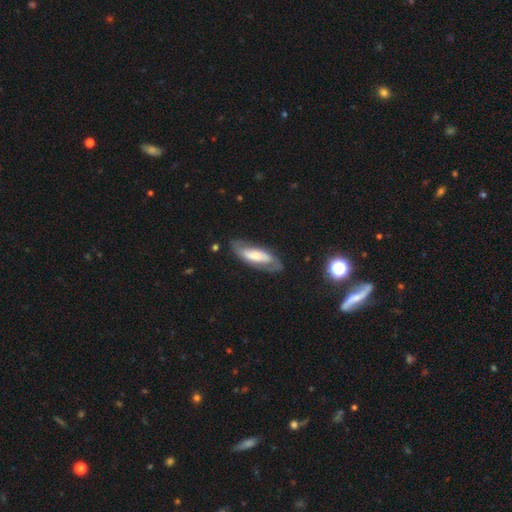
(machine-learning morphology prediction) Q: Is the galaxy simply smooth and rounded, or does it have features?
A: featured or disk — 63%.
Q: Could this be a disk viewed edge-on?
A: no — 84%.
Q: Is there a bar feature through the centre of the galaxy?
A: no — 41%.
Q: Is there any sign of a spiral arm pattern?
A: yes — 80%.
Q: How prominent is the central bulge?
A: moderate — 33%.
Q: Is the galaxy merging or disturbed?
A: none — 73%.